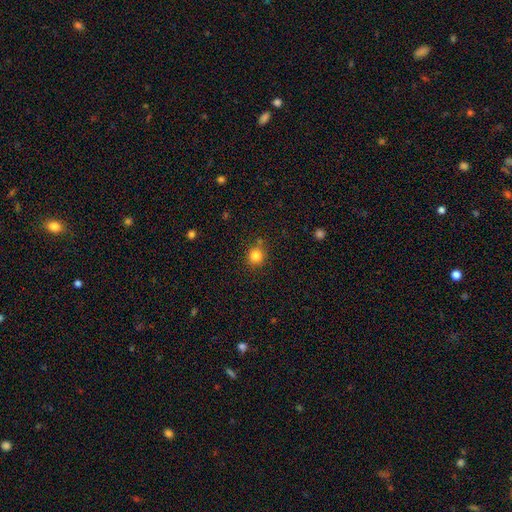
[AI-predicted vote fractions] A smooth galaxy with no disk features (83%) that is round (90%). Merging: none (80%).